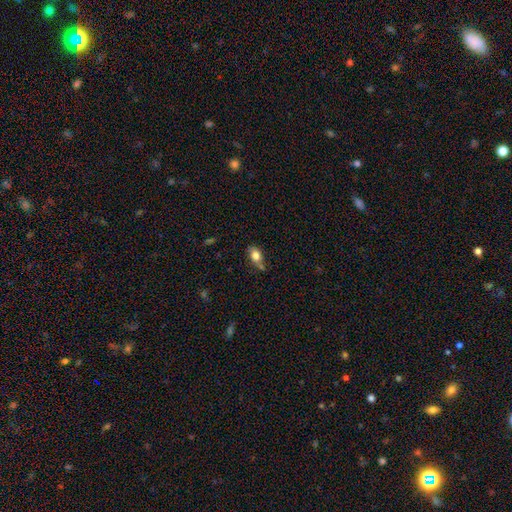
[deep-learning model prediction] Q: Smooth or featured?
A: smooth (78%); runner-up: featured or disk (14%)
Q: How rounded?
A: in between (80%); runner-up: round (16%)
Q: Merging?
A: none (55%); runner-up: minor disturbance (27%)